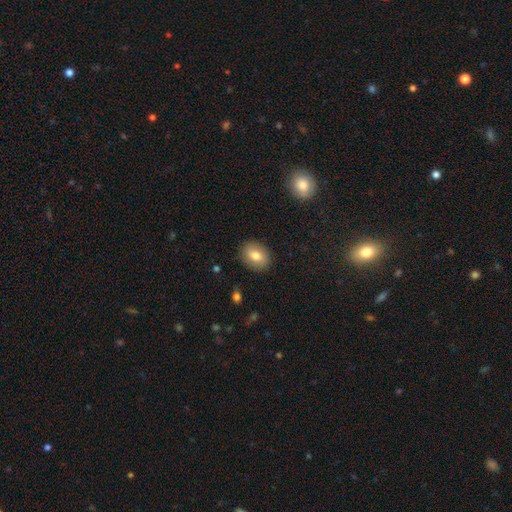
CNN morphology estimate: Smooth or featured? smooth (75%)
How rounded? in between (58%)
Merging? none (88%)